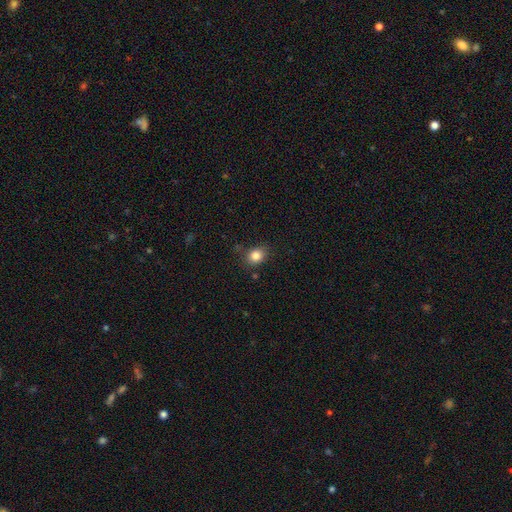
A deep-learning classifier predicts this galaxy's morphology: Overall: smooth (84%). How rounded: round (54%; in between 45%). Merging: none (80%).